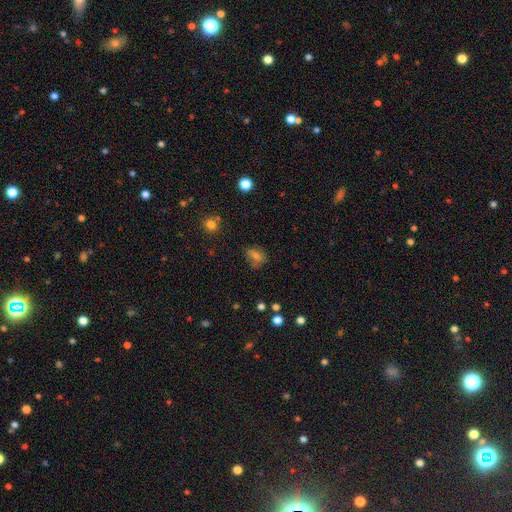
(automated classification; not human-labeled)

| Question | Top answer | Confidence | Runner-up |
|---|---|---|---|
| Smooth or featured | smooth | 59% | star or artifact (22%) |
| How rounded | in between | 52% | round (46%) |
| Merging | none | 67% | minor disturbance (22%) |